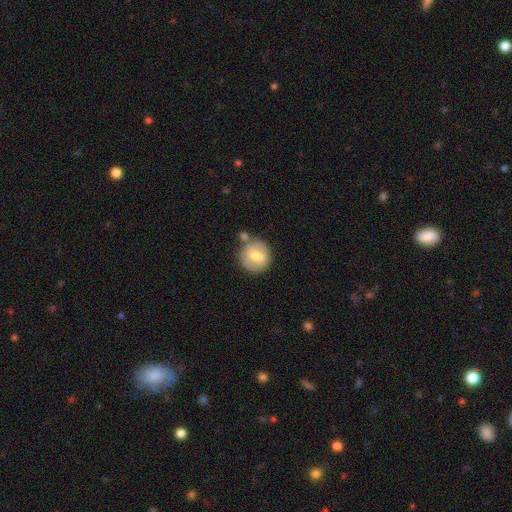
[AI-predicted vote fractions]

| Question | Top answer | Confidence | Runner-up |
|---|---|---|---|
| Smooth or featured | smooth | 60% | featured or disk (33%) |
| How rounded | round | 85% | in between (14%) |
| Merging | none | 63% | merger (17%) |